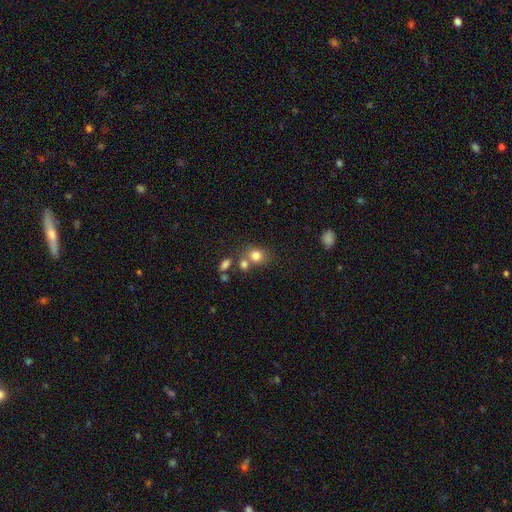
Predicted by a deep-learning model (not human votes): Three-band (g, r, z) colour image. It shows a smooth galaxy with no disk features (79%) that is round (70%). Merging: none (54%).